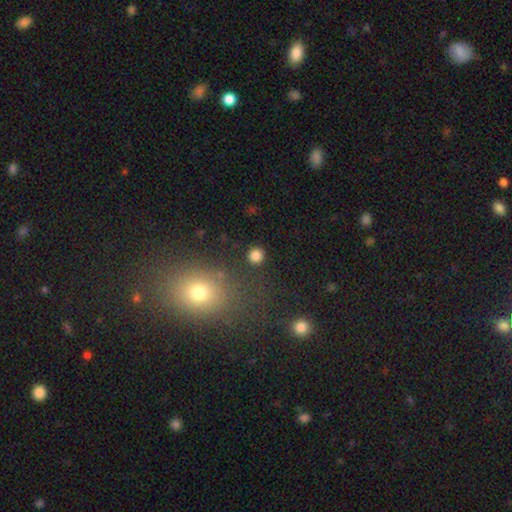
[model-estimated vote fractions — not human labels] Morphology: type=smooth (83%); roundness=round (93%); merging=none (89%).